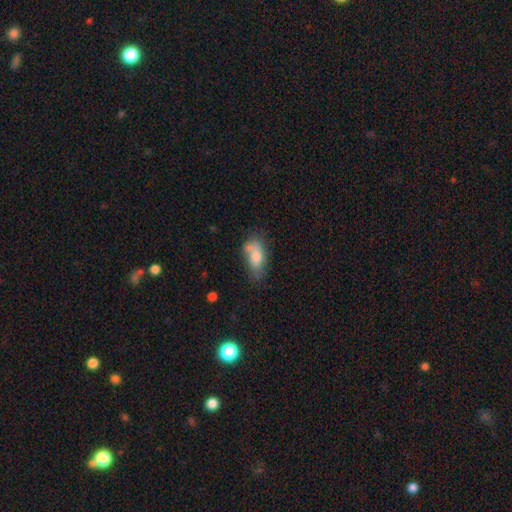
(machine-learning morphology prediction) Q: Smooth or featured?
A: smooth (72%); runner-up: featured or disk (19%)
Q: How rounded?
A: in between (86%); runner-up: cigar-shaped (9%)
Q: Merging?
A: none (45%); runner-up: minor disturbance (27%)